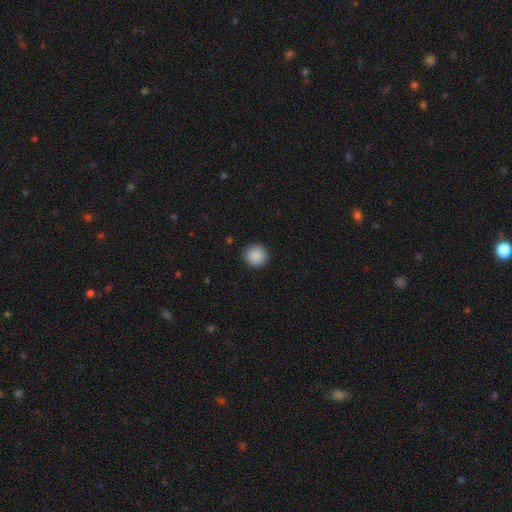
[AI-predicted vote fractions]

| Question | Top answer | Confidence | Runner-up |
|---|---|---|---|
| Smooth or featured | smooth | 89% | star or artifact (8%) |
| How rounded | round | 94% | in between (5%) |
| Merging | none | 92% | minor disturbance (5%) |